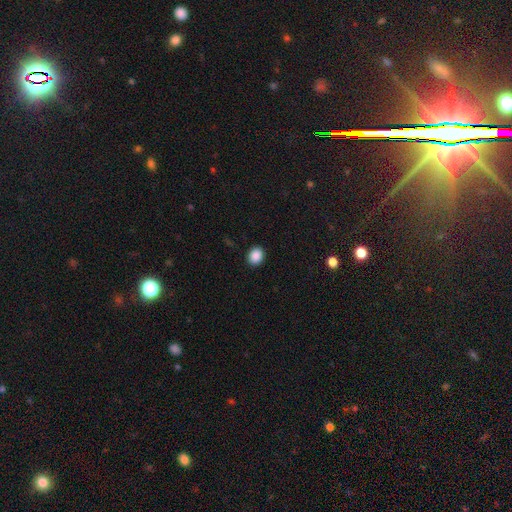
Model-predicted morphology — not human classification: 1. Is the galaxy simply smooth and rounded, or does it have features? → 89% smooth, 9% star or artifact, 3% featured or disk.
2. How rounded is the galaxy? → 65% round, 34% in between, 1% cigar-shaped.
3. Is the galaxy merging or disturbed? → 92% none, 6% minor disturbance, 2% major disturbance, 1% merger.